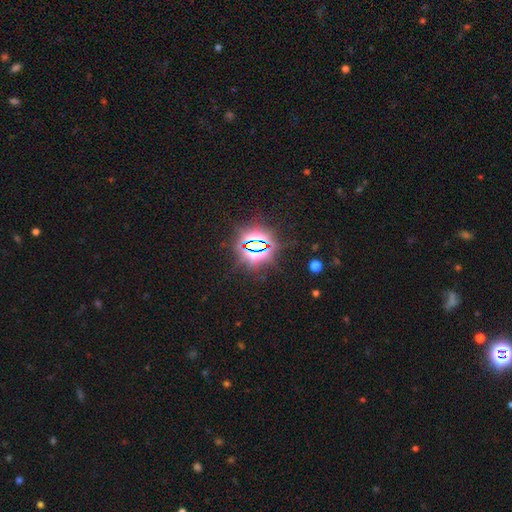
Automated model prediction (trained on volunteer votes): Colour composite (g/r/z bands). It shows a star or artifact, not a galaxy (84%).